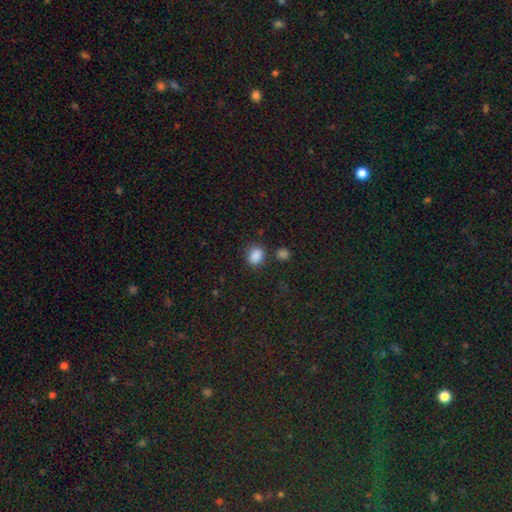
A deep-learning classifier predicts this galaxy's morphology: Q: Smooth or featured?
A: smooth (84%); runner-up: star or artifact (12%)
Q: How rounded?
A: in between (51%); runner-up: round (48%)
Q: Merging?
A: none (73%); runner-up: minor disturbance (15%)